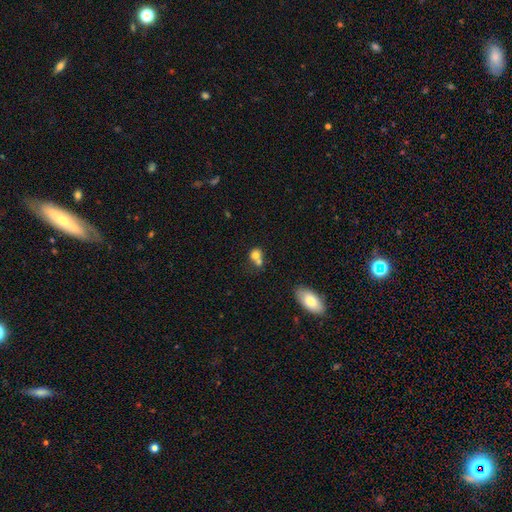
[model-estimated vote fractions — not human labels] This is likely a smooth galaxy (75%). How rounded: likely round (67%). Merging: possibly merger (53%).